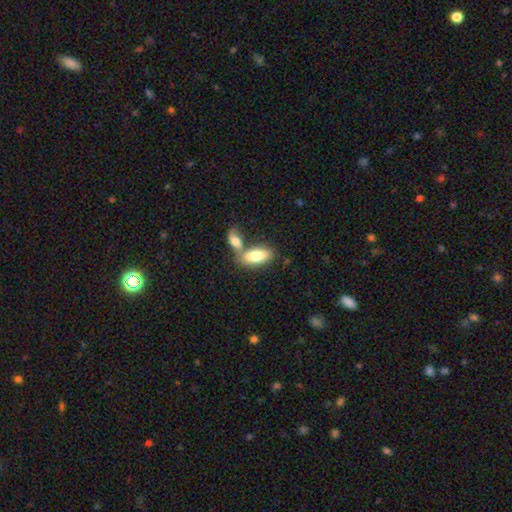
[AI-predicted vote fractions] Smooth or featured?
  - smooth: 76% *
  - featured or disk: 18%
  - star or artifact: 6%
How rounded?
  - in between: 87% *
  - cigar-shaped: 10%
  - round: 3%
Merging?
  - merger: 46% *
  - none: 41%
  - minor disturbance: 9%
  - major disturbance: 4%